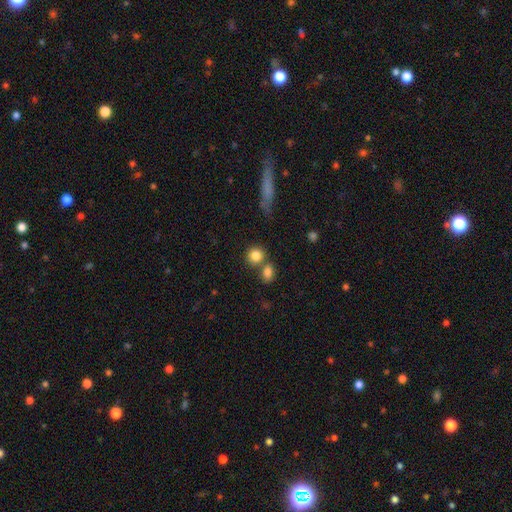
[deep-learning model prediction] Smooth or featured?
  - smooth: 83% *
  - star or artifact: 10%
  - featured or disk: 7%
How rounded?
  - round: 83% *
  - in between: 15%
  - cigar-shaped: 1%
Merging?
  - none: 58% *
  - merger: 30%
  - minor disturbance: 9%
  - major disturbance: 4%